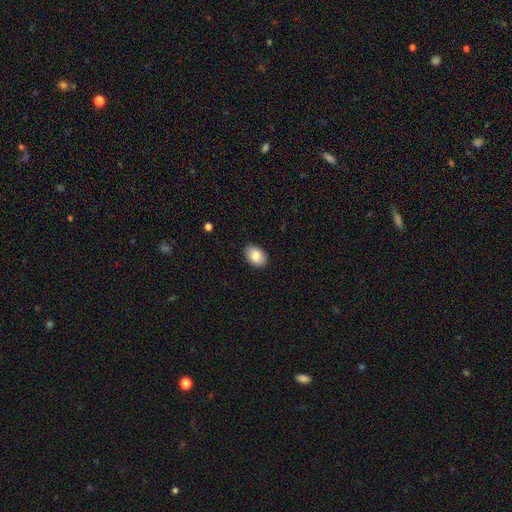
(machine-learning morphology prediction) Overall: smooth (84%). How rounded: in between (85%). Merging: none (88%).